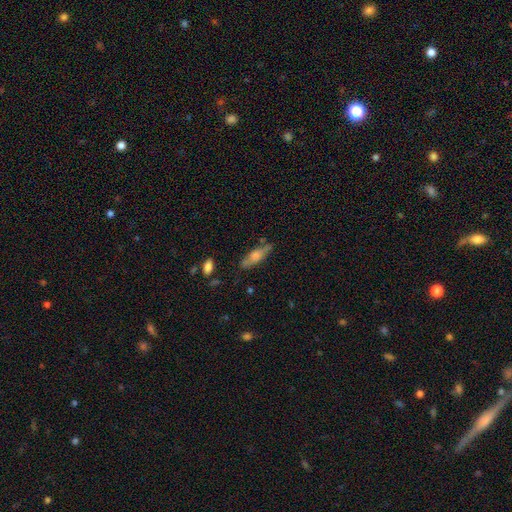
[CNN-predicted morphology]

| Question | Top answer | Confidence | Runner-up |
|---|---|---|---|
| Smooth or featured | smooth | 55% | featured or disk (38%) |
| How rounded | cigar-shaped | 56% | in between (42%) |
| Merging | none | 73% | minor disturbance (20%) |